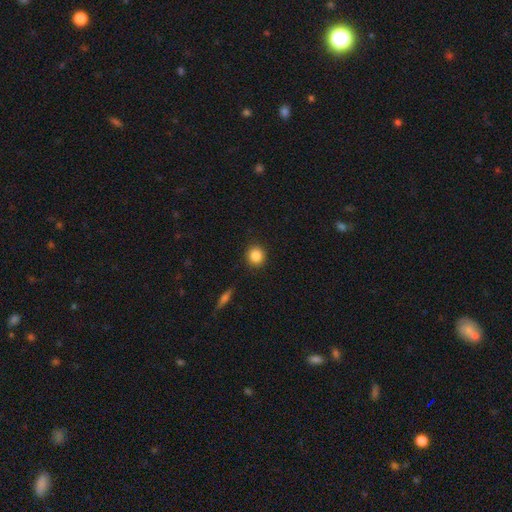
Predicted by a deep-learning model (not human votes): Smooth or featured: smooth — 86% (star or artifact — 9%)
How rounded: round — 92% (in between — 7%)
Merging: none — 91% (minor disturbance — 6%)